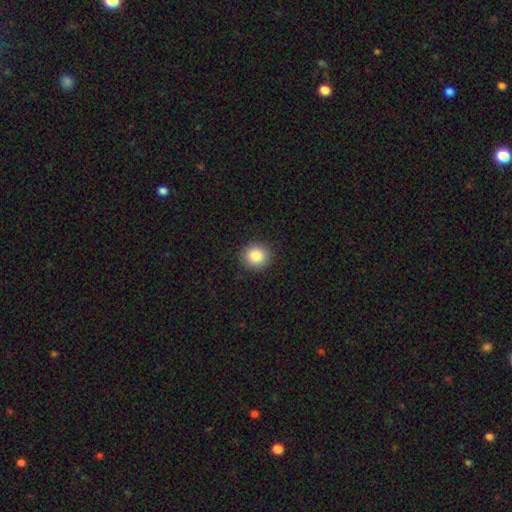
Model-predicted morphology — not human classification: Smooth or featured? Predicted: smooth (p=0.86). How rounded? Predicted: round (p=0.89). Merging? Predicted: none (p=0.91).